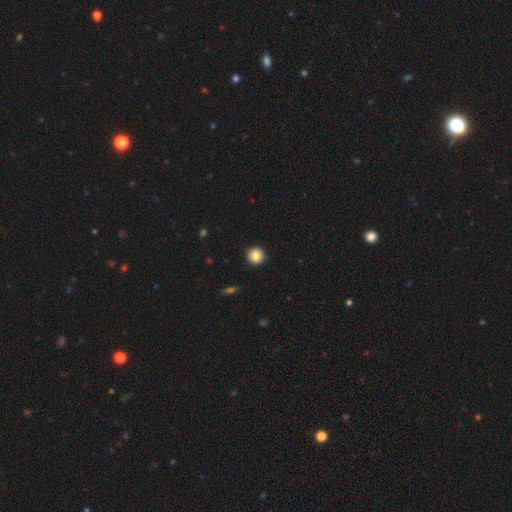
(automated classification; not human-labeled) A smooth galaxy with no disk features (85%) that is round (95%). Merging: none (92%).